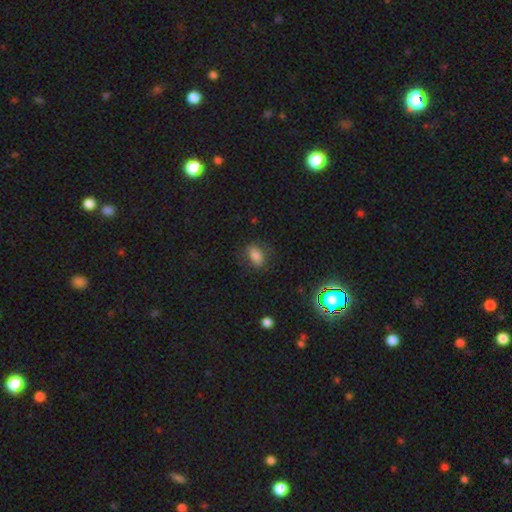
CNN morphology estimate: type=smooth (74%); roundness=in between (81%); merging=none (76%).